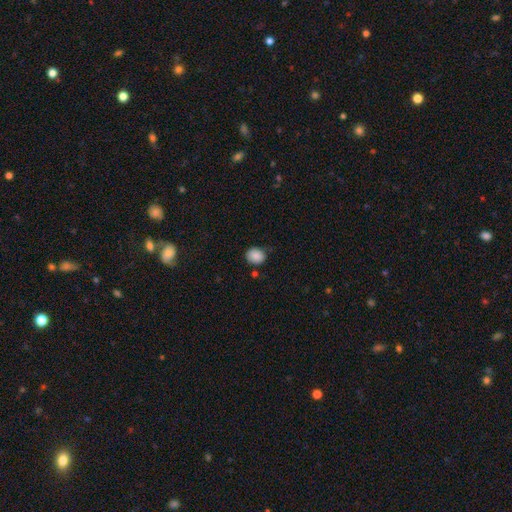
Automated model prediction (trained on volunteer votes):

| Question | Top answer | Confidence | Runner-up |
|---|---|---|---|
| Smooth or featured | smooth | 87% | star or artifact (9%) |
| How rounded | round | 67% | in between (32%) |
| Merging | none | 75% | minor disturbance (18%) |